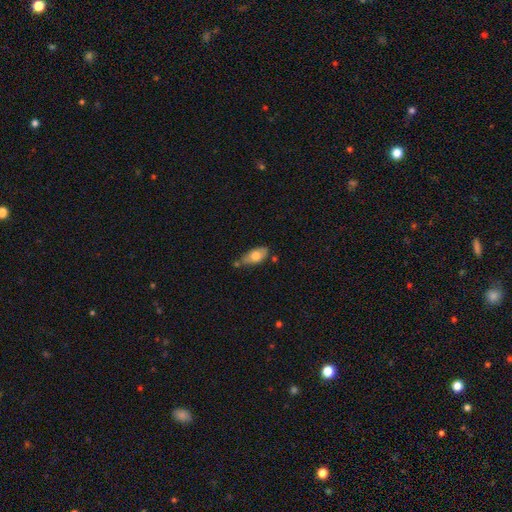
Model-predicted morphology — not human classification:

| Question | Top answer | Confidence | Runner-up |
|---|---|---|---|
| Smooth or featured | smooth | 67% | featured or disk (27%) |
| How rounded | in between | 88% | cigar-shaped (8%) |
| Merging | none | 59% | minor disturbance (25%) |